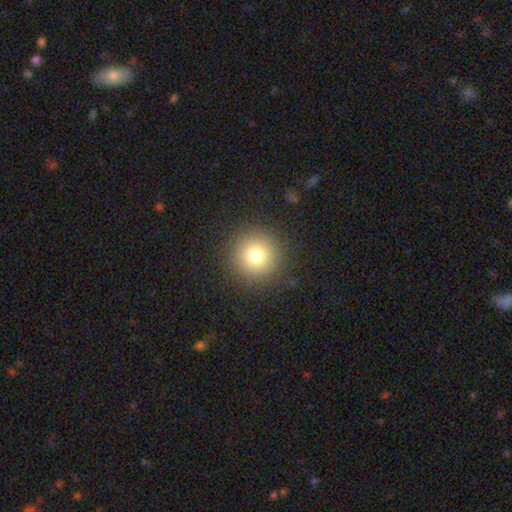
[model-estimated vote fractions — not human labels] A smooth galaxy with no disk features (77%) that is round (96%). Merging: none (90%).